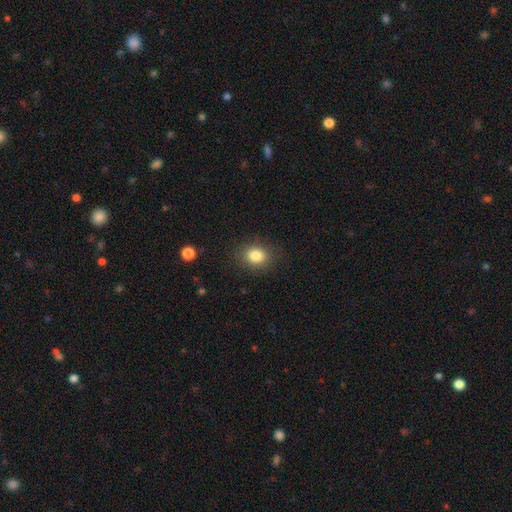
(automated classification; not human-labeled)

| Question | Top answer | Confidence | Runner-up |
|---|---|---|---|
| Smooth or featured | smooth | 83% | star or artifact (10%) |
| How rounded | round | 57% | in between (42%) |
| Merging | none | 85% | minor disturbance (10%) |